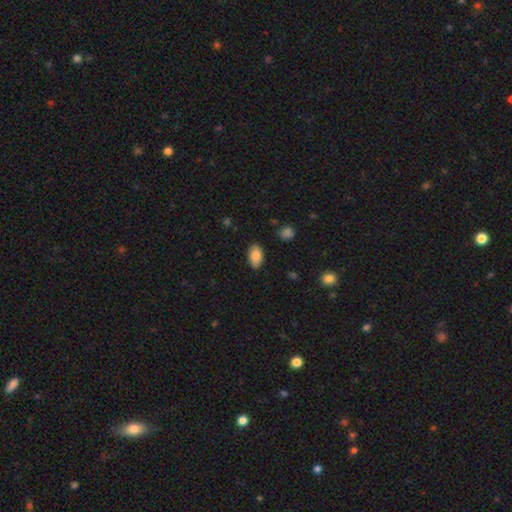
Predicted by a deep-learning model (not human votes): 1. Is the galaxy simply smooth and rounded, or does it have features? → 85% smooth, 8% featured or disk, 7% star or artifact.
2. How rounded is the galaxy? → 93% in between, 5% round, 2% cigar-shaped.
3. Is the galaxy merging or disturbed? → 85% none, 11% minor disturbance, 2% major disturbance, 1% merger.